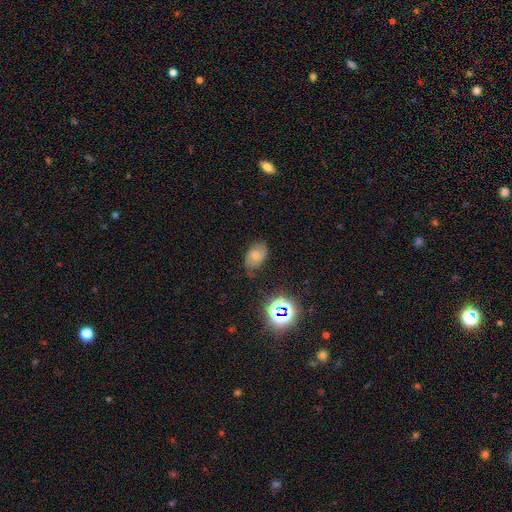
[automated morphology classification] A smooth galaxy with no disk features (54%) that is in between round and cigar-shaped (85%).

Vote fractions:
- Smooth or featured? smooth: 54% / featured or disk: 28% / star or artifact: 18%
- How rounded? in between: 85% / round: 14% / cigar-shaped: 1%
- Merging? none: 67% / minor disturbance: 24% / major disturbance: 6% / merger: 2%